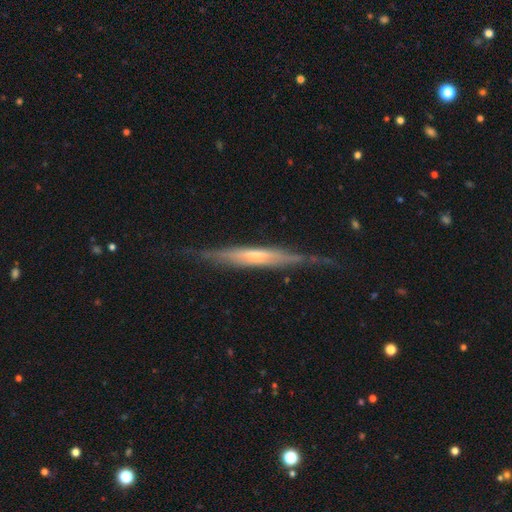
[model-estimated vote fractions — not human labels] Smooth or featured? Predicted: featured or disk (p=0.70). Edge-on disk? Predicted: yes (p=0.90). Edge-on bulge? Predicted: none (p=0.51). Merging? Predicted: none (p=0.70).